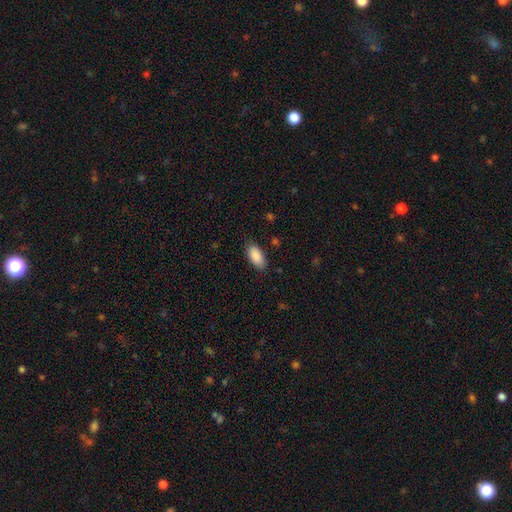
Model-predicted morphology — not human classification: This is clearly a smooth galaxy (90%). How rounded: clearly in between (91%). Merging: clearly none (84%).